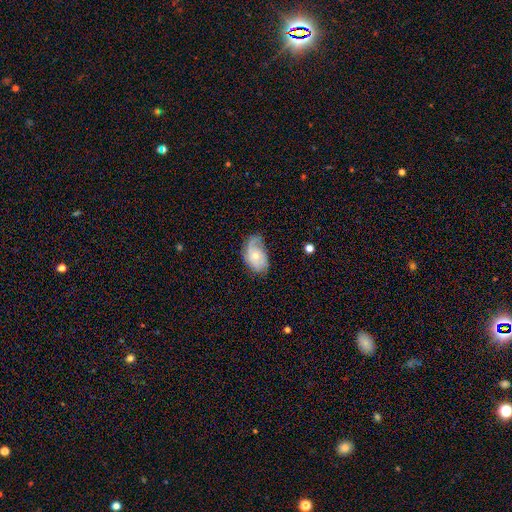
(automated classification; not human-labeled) The model was most divided on "bulge size": small: 55%, moderate: 41%, large: 2%, none: 1%, dominant: 1%. More confident: edge-on disk — no (95%); spiral arms — yes (83%); bar — no (79%); smooth or featured — featured or disk (62%); merging — none (54%).